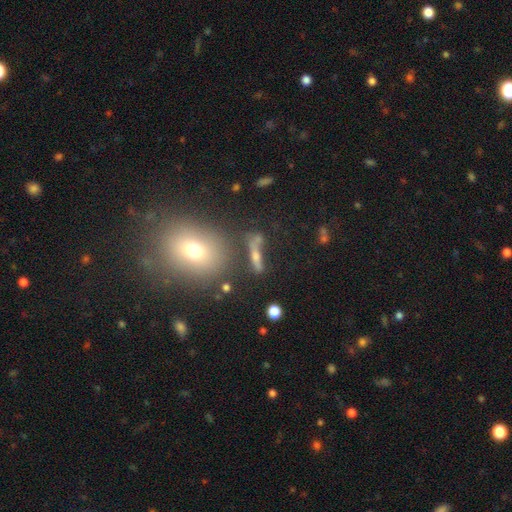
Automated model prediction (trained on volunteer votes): The model was most divided on "smooth or featured": smooth: 45%, featured or disk: 34%, star or artifact: 20%. More confident: merging — none (60%).